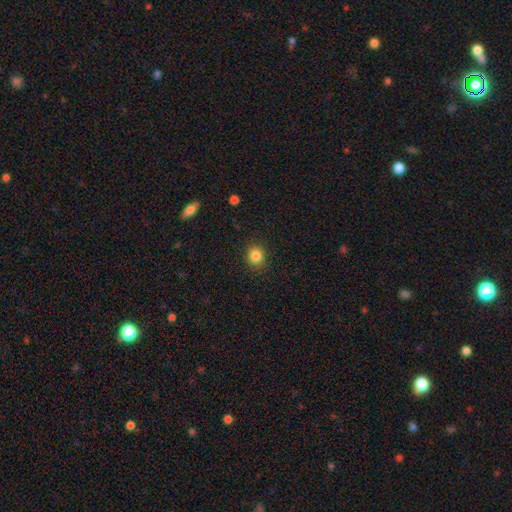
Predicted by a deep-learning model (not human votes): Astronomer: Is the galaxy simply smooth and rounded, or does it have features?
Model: smooth — 84%.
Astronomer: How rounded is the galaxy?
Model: round — 80%.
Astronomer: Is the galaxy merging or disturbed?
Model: none — 89%.